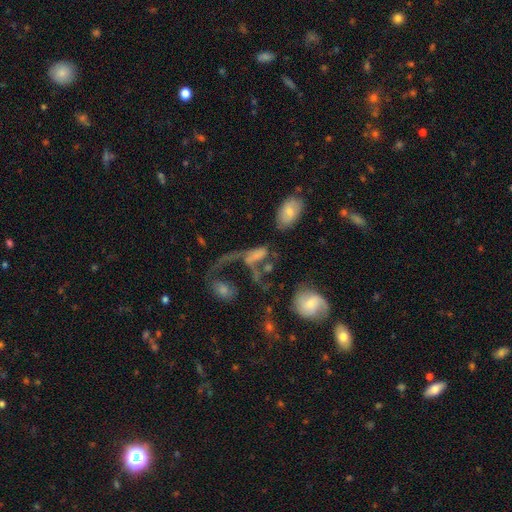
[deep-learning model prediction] smooth 45%, featured or disk 40%, star or artifact 15%. Down the decision tree: merging — major disturbance (41%).